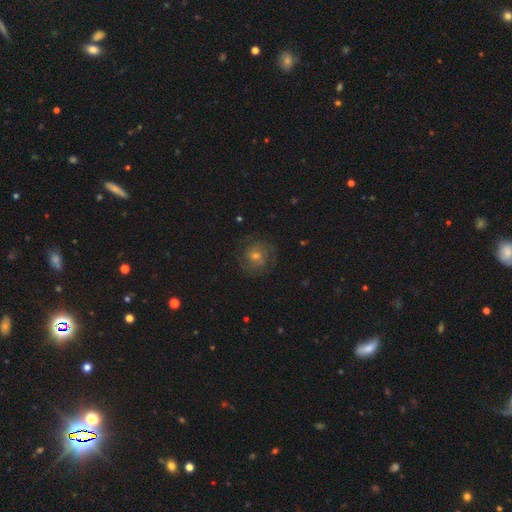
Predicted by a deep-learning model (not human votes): Smooth or featured? featured or disk (49%)
Merging? none (73%)